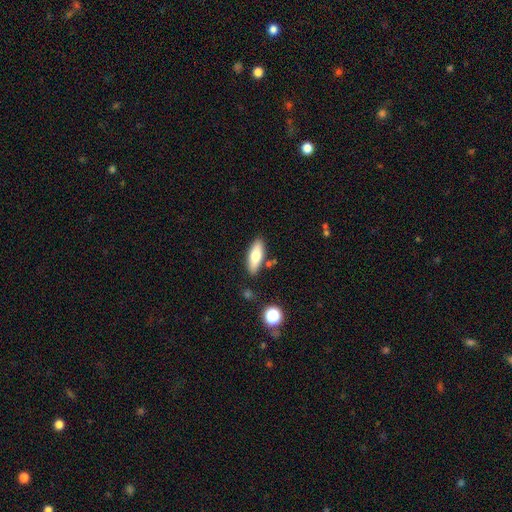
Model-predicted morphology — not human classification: Smooth or featured: smooth — 73% (featured or disk — 20%)
How rounded: in between — 65% (cigar-shaped — 32%)
Merging: none — 84% (minor disturbance — 10%)